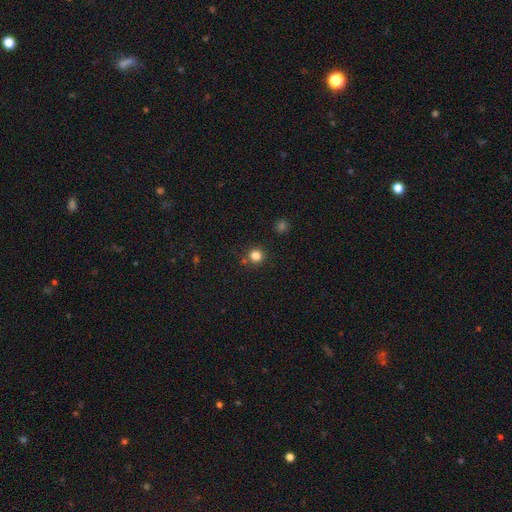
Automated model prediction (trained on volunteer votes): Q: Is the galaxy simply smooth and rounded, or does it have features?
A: smooth — 82%.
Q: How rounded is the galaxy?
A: round — 93%.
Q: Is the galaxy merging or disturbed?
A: none — 84%.